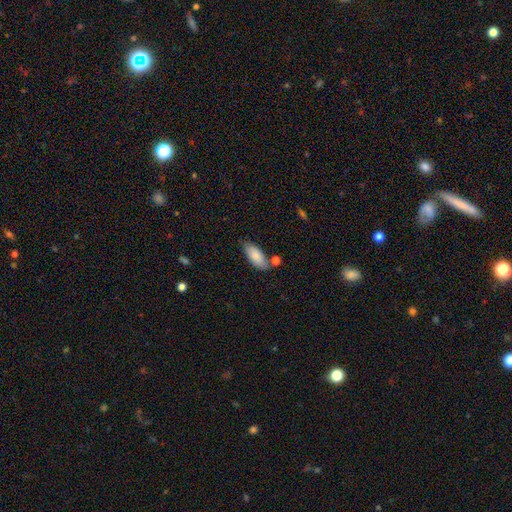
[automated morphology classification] Smooth or featured: smooth — 84% (featured or disk — 9%)
How rounded: in between — 84% (cigar-shaped — 14%)
Merging: none — 69% (minor disturbance — 17%)